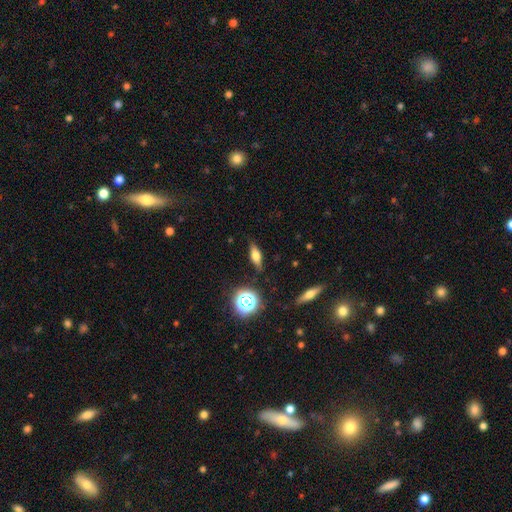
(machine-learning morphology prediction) A smooth galaxy with no disk features (48%). Merging: none (83%).